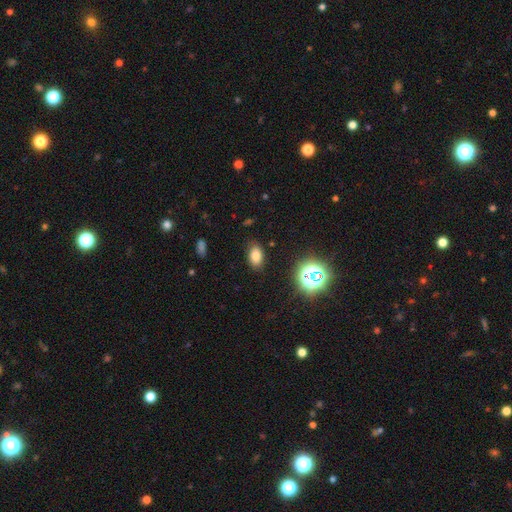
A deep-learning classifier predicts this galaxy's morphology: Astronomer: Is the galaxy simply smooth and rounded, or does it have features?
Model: smooth — 75%.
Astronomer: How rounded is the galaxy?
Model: in between — 88%.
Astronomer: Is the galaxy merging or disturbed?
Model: none — 84%.